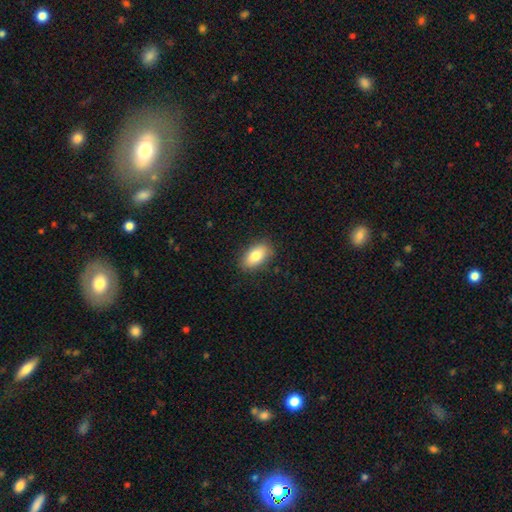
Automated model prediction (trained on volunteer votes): Smooth or featured? smooth (81%)
How rounded? in between (90%)
Merging? none (86%)